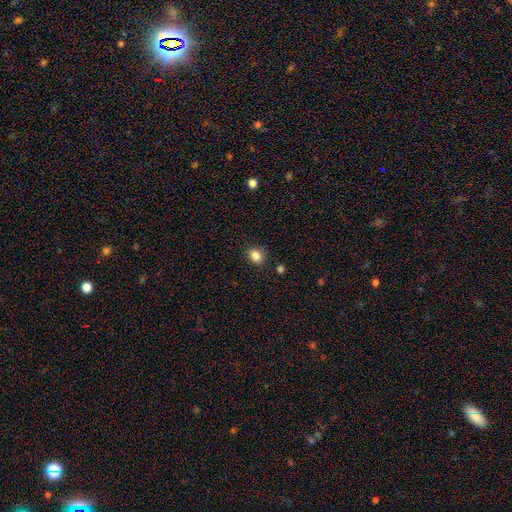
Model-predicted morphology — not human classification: type=smooth (84%); roundness=round (76%); merging=none (88%).